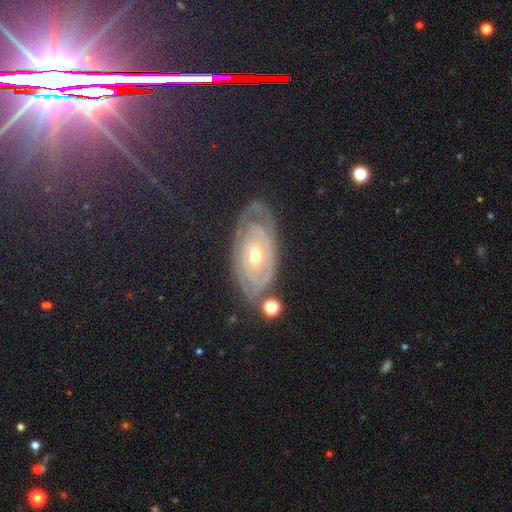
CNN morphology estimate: smooth_or_featured: featured or disk (p=0.74) [alt: star or artifact p=0.15]
disk_edge_on: no (p=0.91) [alt: yes p=0.09]
bar: no (p=0.71) [alt: weak p=0.21]
has_spiral_arms: yes (p=0.84) [alt: no p=0.16]
spiral_winding: tight (p=0.82) [alt: medium p=0.14]
spiral_arm_count: can't tell (p=0.49) [alt: 2 p=0.26]
bulge_size: moderate (p=0.57) [alt: small p=0.39]
merging: none (p=0.79) [alt: minor disturbance p=0.14]